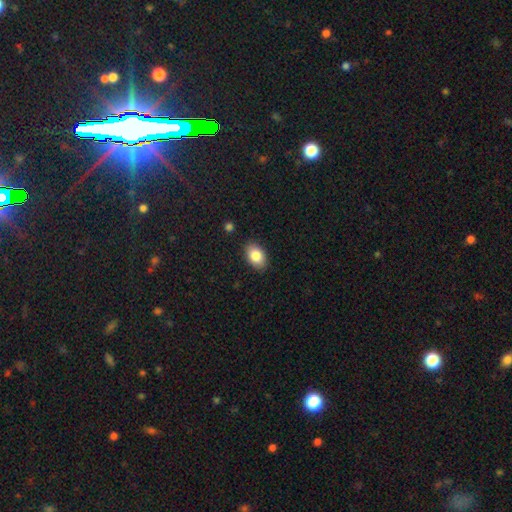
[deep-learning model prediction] A smooth galaxy with no disk features (85%) that is in between round and cigar-shaped (87%). Merging: none (87%).